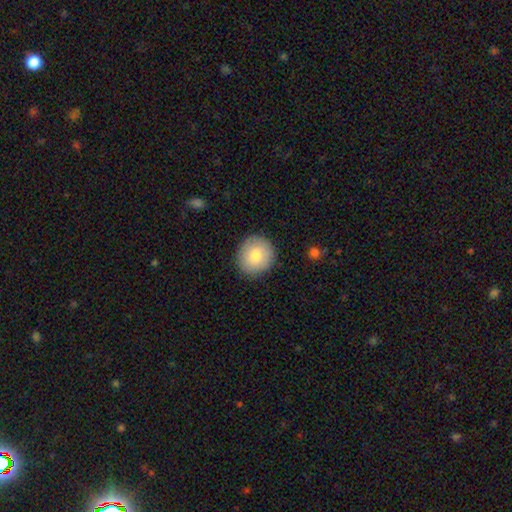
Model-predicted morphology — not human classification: Smooth or featured? smooth (80%)
How rounded? round (89%)
Merging? none (89%)